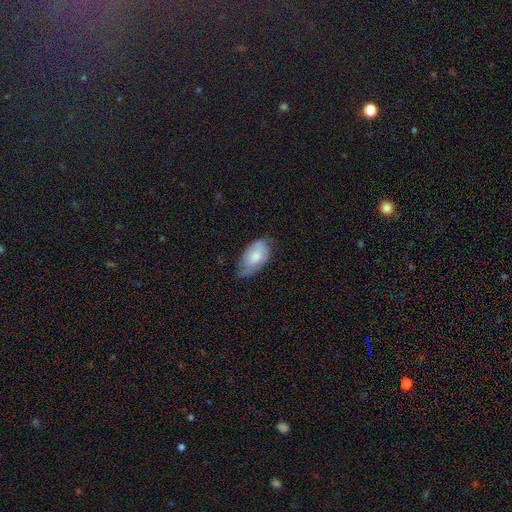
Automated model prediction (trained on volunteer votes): Morphology: type=smooth (69%); roundness=in between (94%); merging=none (44%).